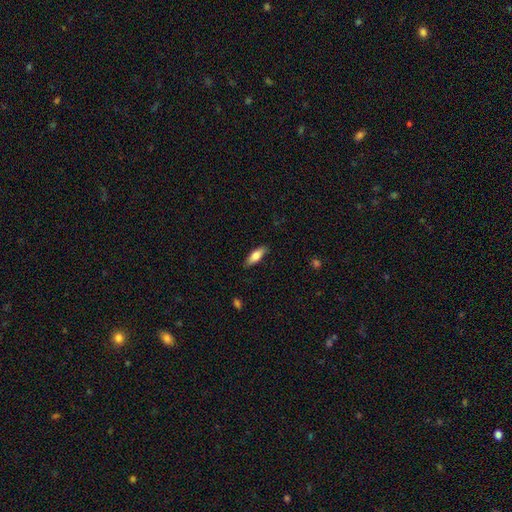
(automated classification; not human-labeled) Q: Smooth or featured?
A: smooth (77%); runner-up: featured or disk (17%)
Q: How rounded?
A: in between (66%); runner-up: cigar-shaped (31%)
Q: Merging?
A: none (85%); runner-up: minor disturbance (12%)